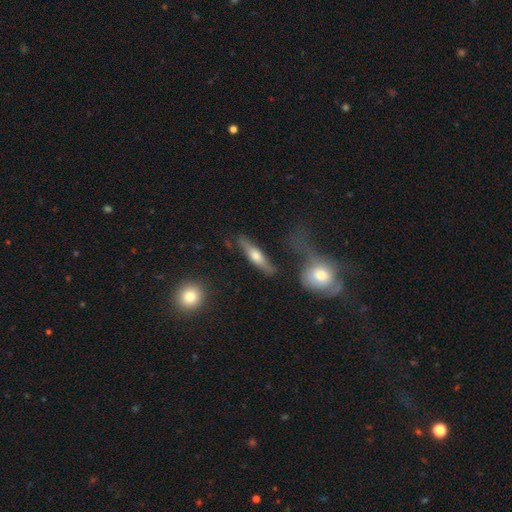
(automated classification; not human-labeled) featured or disk 47% (tied), smooth 47% (tied), star or artifact 6%. Down the decision tree: merging — none (73%).